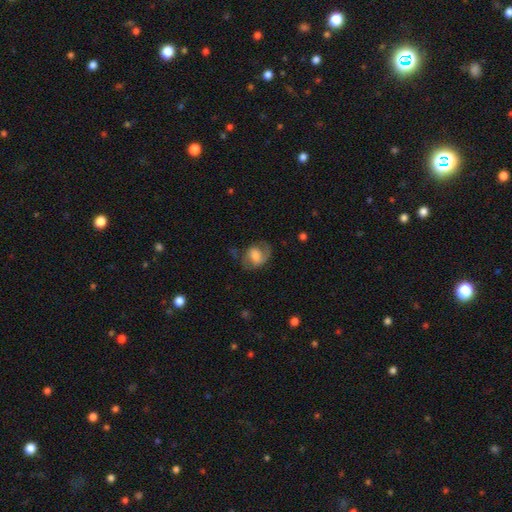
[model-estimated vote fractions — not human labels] smooth 46% (tied), featured or disk 46% (tied), star or artifact 8%. Down the decision tree: merging — none (55%).